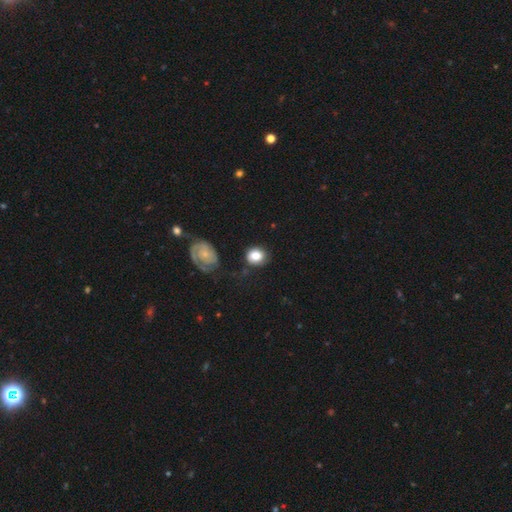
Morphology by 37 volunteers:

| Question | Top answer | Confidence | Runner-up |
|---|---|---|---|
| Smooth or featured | smooth | 76% | featured or disk (16%) |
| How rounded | round | 79% | in between (21%) |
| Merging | none | 74% | minor disturbance (21%) |